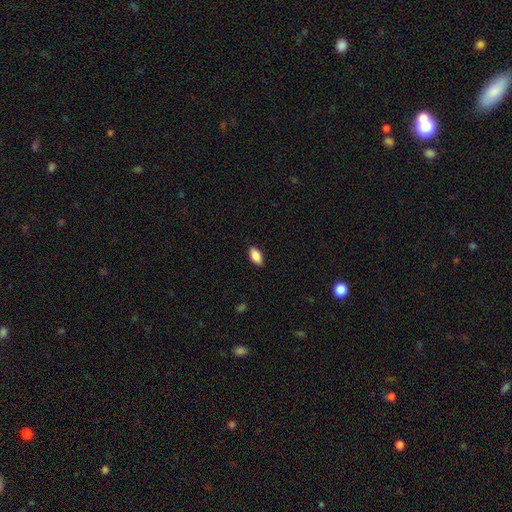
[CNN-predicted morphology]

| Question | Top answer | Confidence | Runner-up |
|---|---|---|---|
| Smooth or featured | smooth | 88% | star or artifact (7%) |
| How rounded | in between | 92% | cigar-shaped (5%) |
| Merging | none | 86% | minor disturbance (11%) |